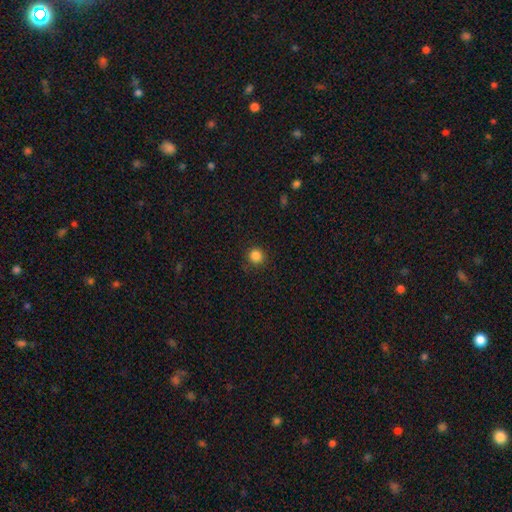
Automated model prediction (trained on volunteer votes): smooth_or_featured: smooth (p=0.85) [alt: star or artifact p=0.12]
how_rounded: round (p=0.94) [alt: in between p=0.05]
merging: none (p=0.88) [alt: minor disturbance p=0.08]